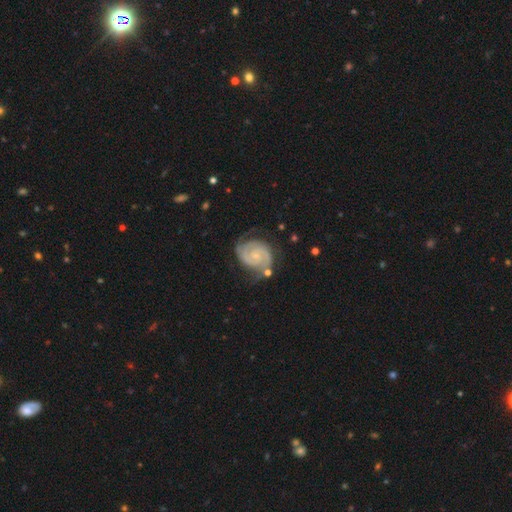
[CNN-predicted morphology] A featured or disk galaxy (88%) with no bar (59%), 2 (82%) tight (64%) spiral arms (98%) and a small central bulge (69%). Merging: none (69%).